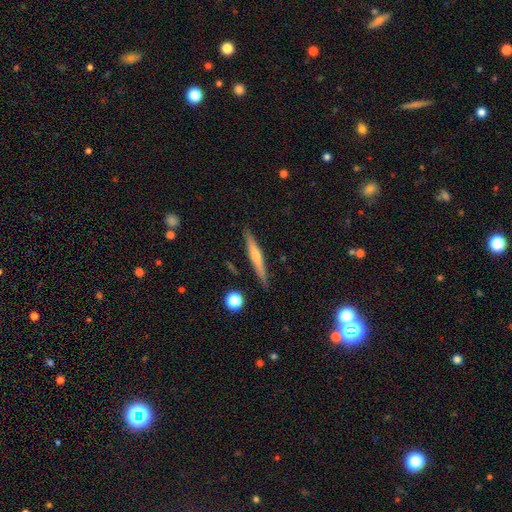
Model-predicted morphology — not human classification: type=featured or disk (52%); edge-on=yes (96%); merging=none (89%).